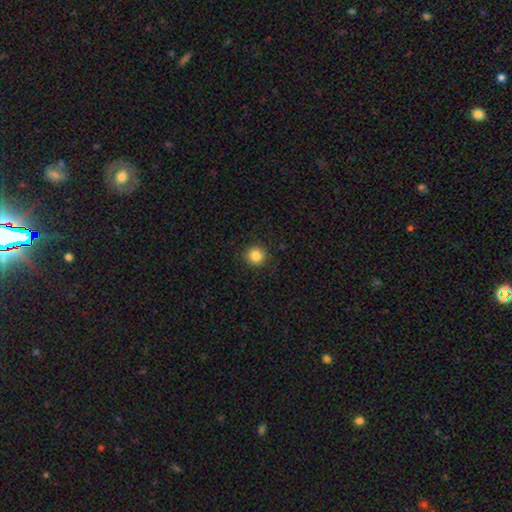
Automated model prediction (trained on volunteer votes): This is clearly a smooth galaxy (85%). How rounded: clearly round (94%). Merging: clearly none (91%).